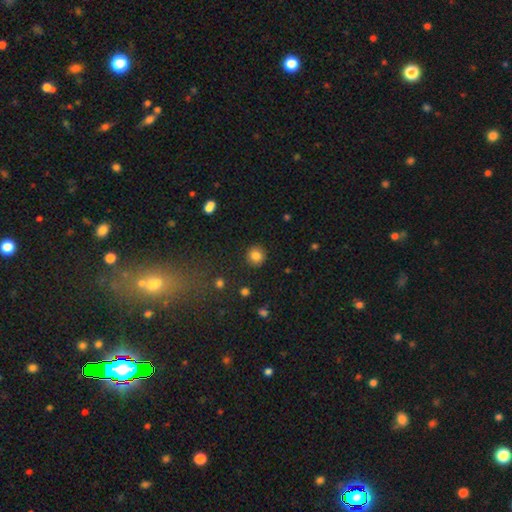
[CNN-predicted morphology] Smooth or featured? Predicted: smooth (p=0.84). How rounded? Predicted: round (p=0.92). Merging? Predicted: none (p=0.91).